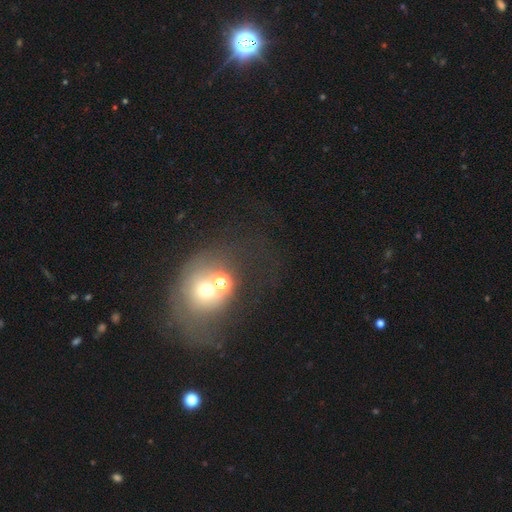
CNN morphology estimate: smooth_or_featured: smooth (p=0.41) [alt: featured or disk p=0.31]
merging: merger (p=0.58) [alt: none p=0.20]